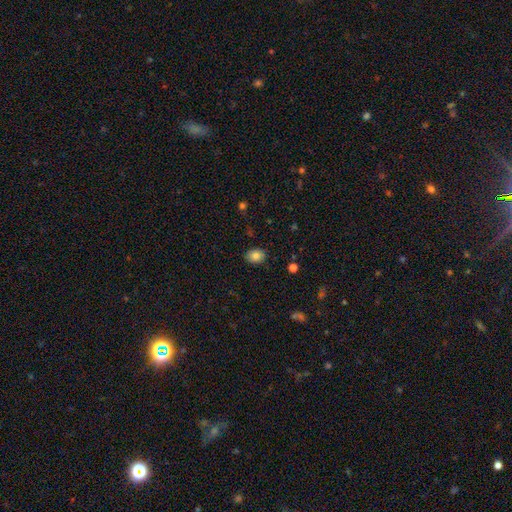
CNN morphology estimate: Smooth or featured: smooth — 83% (star or artifact — 9%)
How rounded: in between — 54% (round — 45%)
Merging: none — 86% (minor disturbance — 11%)